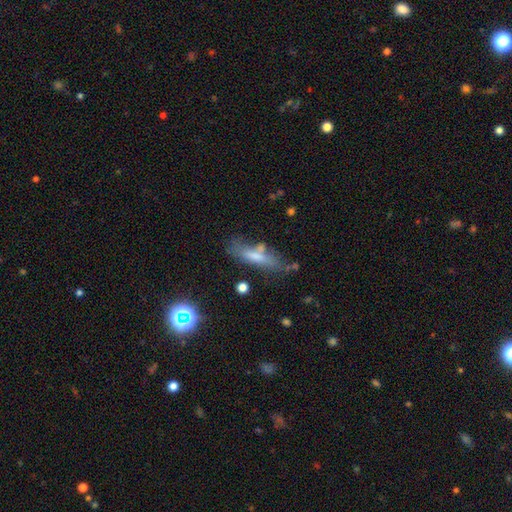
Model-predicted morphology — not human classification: A smooth galaxy with no disk features (55%) that is cigar-shaped (67%). Merging: none (60%).